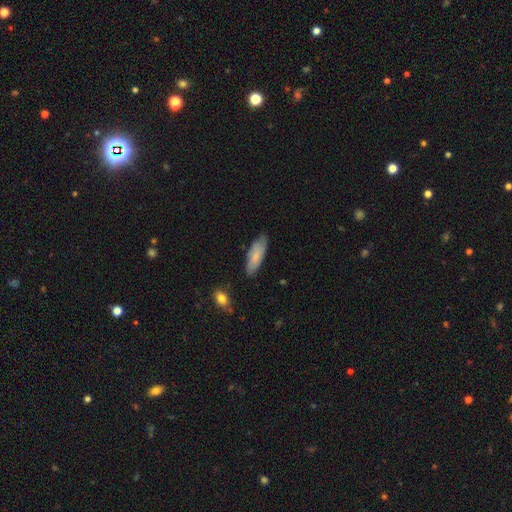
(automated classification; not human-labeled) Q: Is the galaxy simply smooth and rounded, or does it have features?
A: smooth — 76%.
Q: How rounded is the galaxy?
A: in between — 63%.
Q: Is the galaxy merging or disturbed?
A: none — 76%.